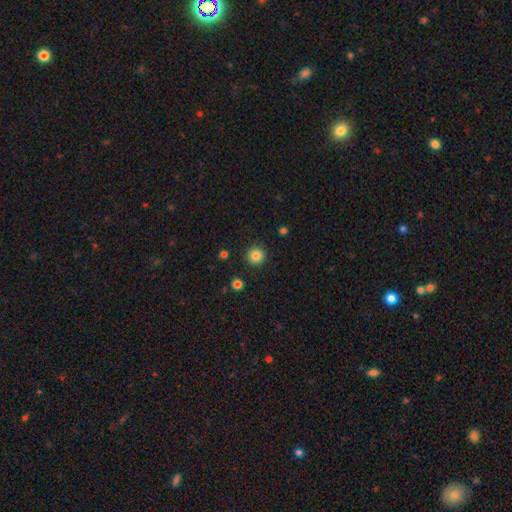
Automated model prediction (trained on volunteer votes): smooth-or-featured: smooth: 83% | star or artifact: 11% | featured or disk: 5%
  how-rounded: round: 95% | in between: 4% | cigar-shaped: 1%
  merging: none: 91% | minor disturbance: 6% | major disturbance: 2% | merger: 1%